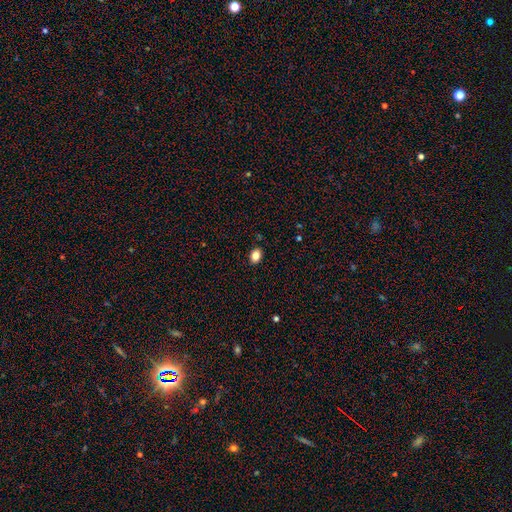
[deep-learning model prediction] A smooth galaxy with no disk features (84%) that is in between round and cigar-shaped (74%).

Vote fractions:
- Smooth or featured? smooth: 84% / star or artifact: 10% / featured or disk: 6%
- How rounded? in between: 74% / round: 24% / cigar-shaped: 1%
- Merging? none: 88% / minor disturbance: 9% / major disturbance: 2% / merger: 1%